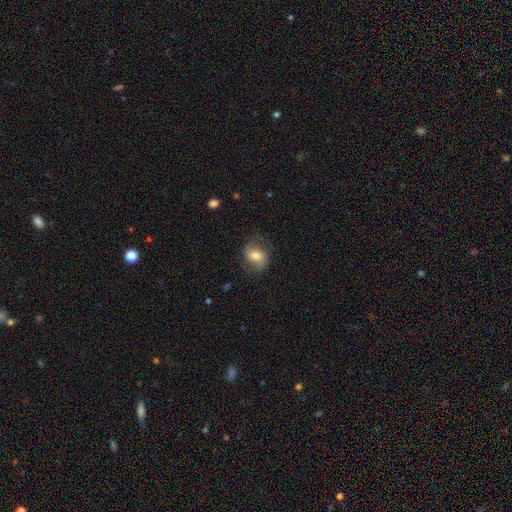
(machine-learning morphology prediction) Smooth or featured?
  - featured or disk: 51% *
  - smooth: 41%
  - star or artifact: 8%
Edge-on disk?
  - no: 96% *
  - yes: 4%
Merging?
  - none: 69% *
  - minor disturbance: 19%
  - major disturbance: 11%
  - merger: 1%